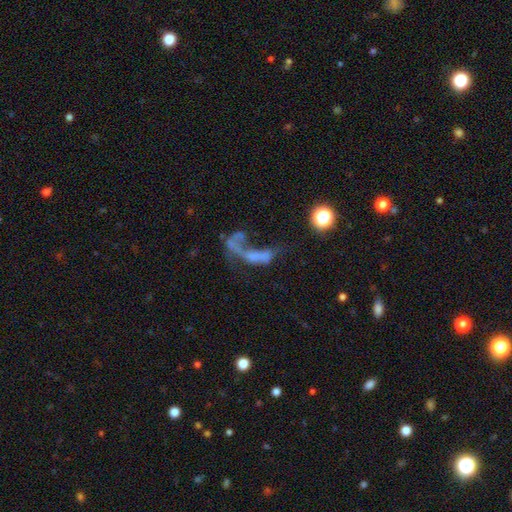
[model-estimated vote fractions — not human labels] A featured or disk galaxy (49%). Merging: major disturbance (45%).